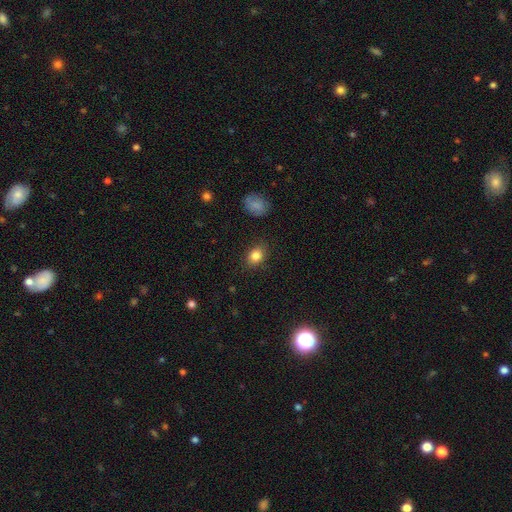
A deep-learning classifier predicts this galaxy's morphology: type=smooth (84%); roundness=in between (62%); merging=none (85%).